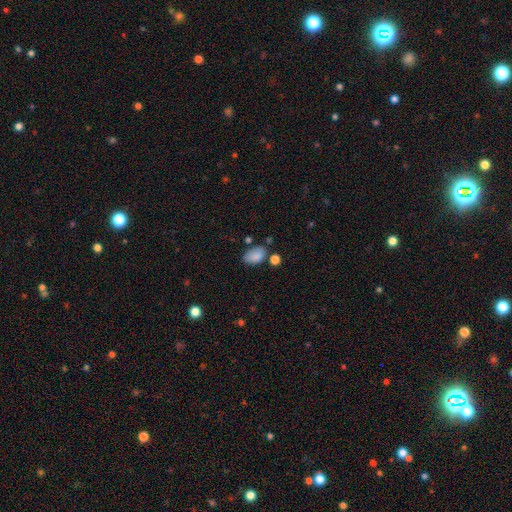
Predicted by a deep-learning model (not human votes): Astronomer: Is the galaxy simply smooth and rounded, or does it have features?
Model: smooth — 85%.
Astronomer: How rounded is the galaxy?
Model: in between — 90%.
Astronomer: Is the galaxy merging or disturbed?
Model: none — 66%.